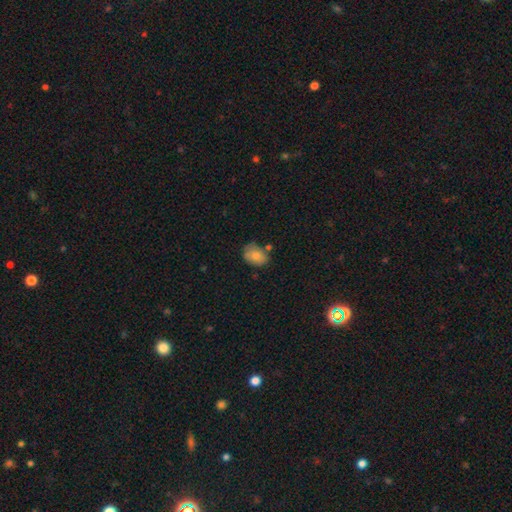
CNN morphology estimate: Overall: smooth (78%). How rounded: in between (71%). Merging: none (59%; minor disturbance 27%).